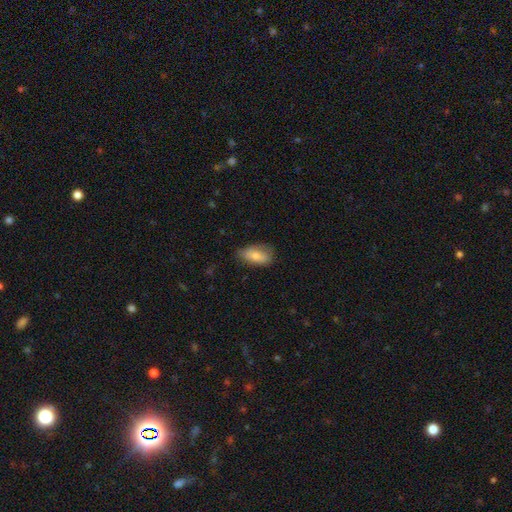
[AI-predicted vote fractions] The model was most divided on "merging": none: 66%, minor disturbance: 27%, major disturbance: 6%, merger: 1%. More confident: how rounded — in between (91%); smooth or featured — smooth (77%).